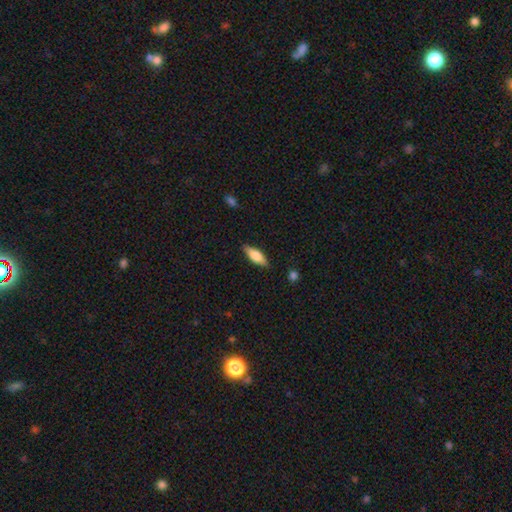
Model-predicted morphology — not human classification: Smooth or featured? smooth (66%)
How rounded? in between (62%)
Merging? none (84%)